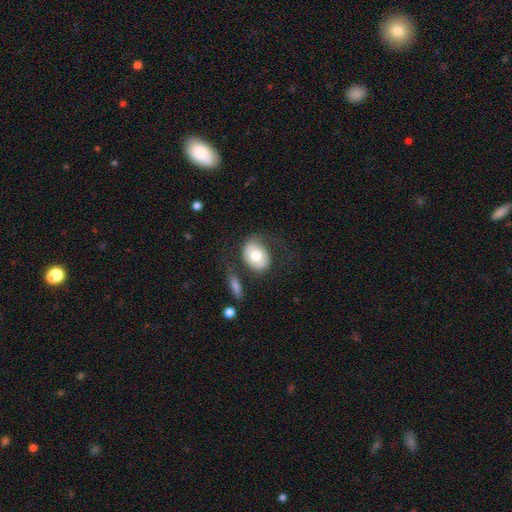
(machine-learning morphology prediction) A smooth galaxy with no disk features (60%) that is in between round and cigar-shaped (63%). Merging: none (53%).